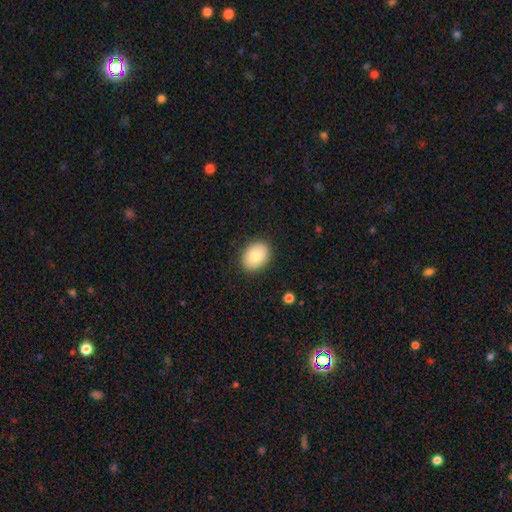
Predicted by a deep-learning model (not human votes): A smooth galaxy with no disk features (83%) that is in between round and cigar-shaped (68%).

Vote fractions:
- Smooth or featured? smooth: 83% / featured or disk: 10% / star or artifact: 7%
- How rounded? in between: 68% / round: 31% / cigar-shaped: 1%
- Merging? none: 89% / minor disturbance: 8% / major disturbance: 2% / merger: 1%